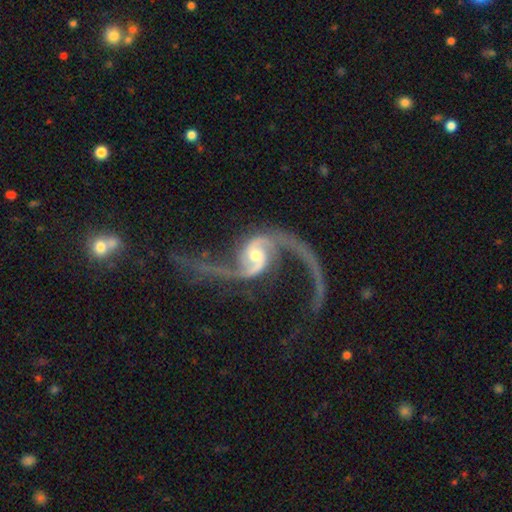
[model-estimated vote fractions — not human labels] Smooth or featured? Predicted: featured or disk (p=0.93). Edge-on disk? Predicted: no (p=0.98). Bar? Predicted: no (p=0.48). Spiral arms? Predicted: yes (p=0.98). Spiral winding? Predicted: loose (p=0.82). Spiral arm count? Predicted: 2 (p=0.93). Bulge size? Predicted: moderate (p=0.57). Merging? Predicted: none (p=0.51).